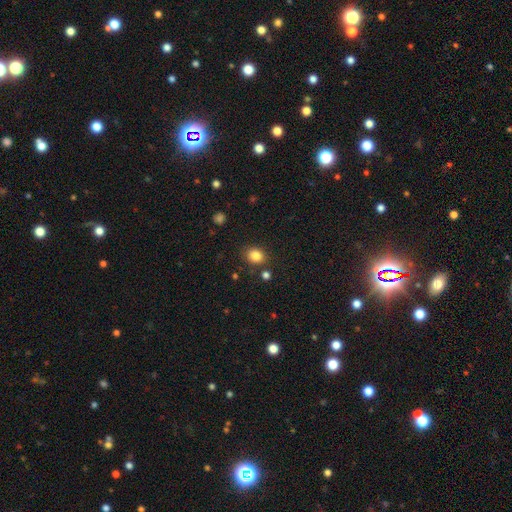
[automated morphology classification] This is clearly a smooth galaxy (84%). How rounded: likely round (61%). Merging: clearly none (82%).